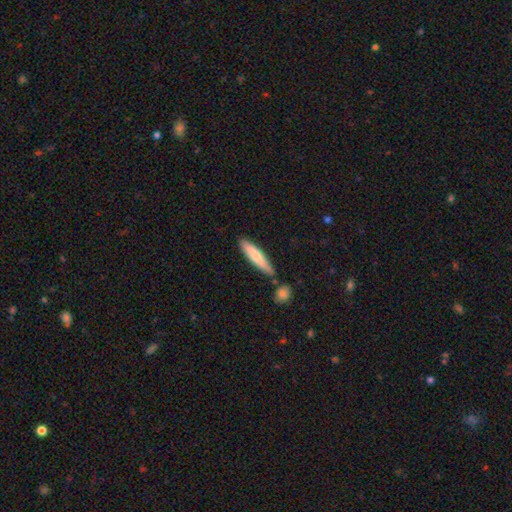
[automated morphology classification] smooth_or_featured: smooth (p=0.73) [alt: featured or disk p=0.22]
how_rounded: cigar-shaped (p=0.85) [alt: in between p=0.14]
merging: none (p=0.79) [alt: minor disturbance p=0.13]